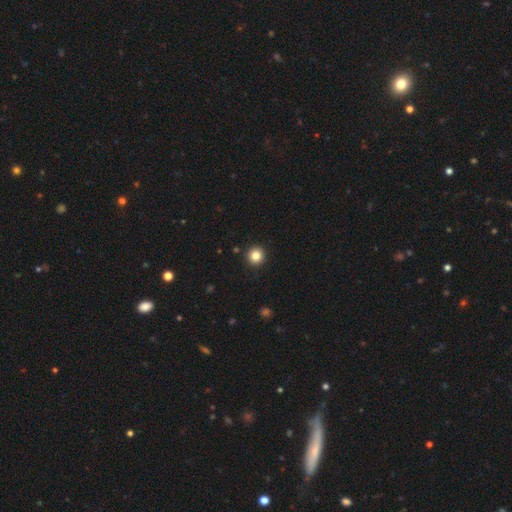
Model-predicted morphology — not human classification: smooth-or-featured: smooth: 84% | star or artifact: 11% | featured or disk: 5%
  how-rounded: round: 95% | in between: 4% | cigar-shaped: 1%
  merging: none: 93% | minor disturbance: 5% | major disturbance: 2% | merger: 1%